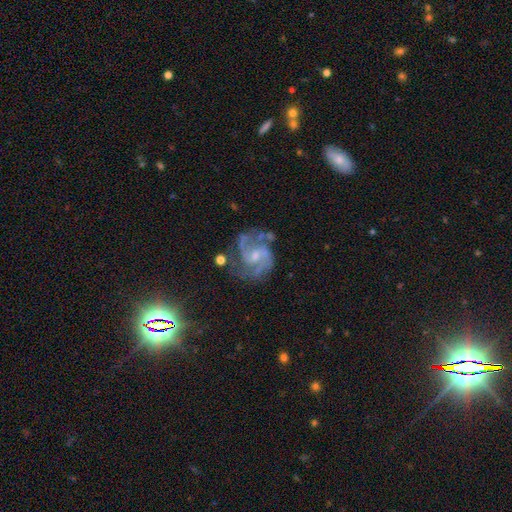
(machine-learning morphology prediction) Smooth or featured?
  - featured or disk: 87% *
  - star or artifact: 6%
  - smooth: 6%
Edge-on disk?
  - no: 98% *
  - yes: 2%
Bar?
  - weak: 49% *
  - no: 41%
  - strong: 10%
Spiral arms?
  - yes: 96% *
  - no: 4%
Spiral winding?
  - medium: 56% *
  - tight: 27%
  - loose: 17%
Spiral arm count?
  - 2: 56% *
  - 3: 21%
  - can't tell: 11%
  - 4: 5%
  - 1: 4%
  - more than 4: 4%
Bulge size?
  - small: 52% *
  - moderate: 35%
  - none: 9%
  - large: 2%
  - dominant: 1%
Merging?
  - none: 60% *
  - minor disturbance: 21%
  - major disturbance: 14%
  - merger: 5%